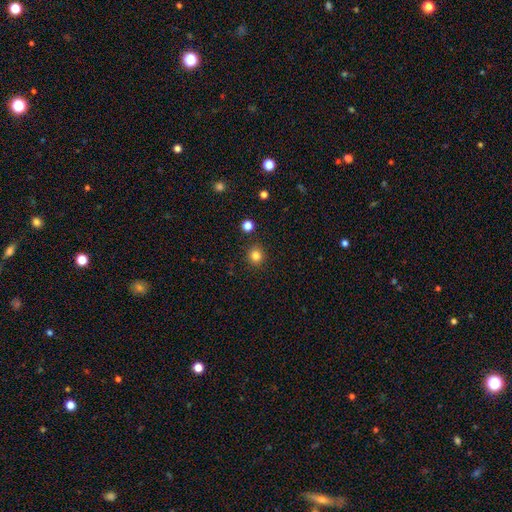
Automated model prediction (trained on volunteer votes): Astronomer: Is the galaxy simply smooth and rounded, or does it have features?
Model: smooth — 82%.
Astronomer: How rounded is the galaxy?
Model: round — 90%.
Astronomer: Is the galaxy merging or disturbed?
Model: none — 90%.